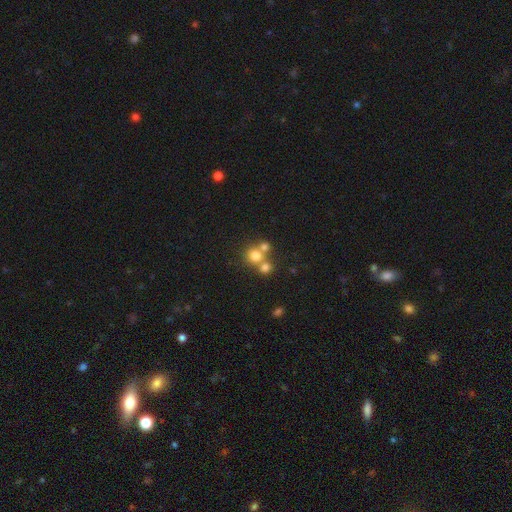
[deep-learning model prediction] This appears to be a smooth galaxy with no disk features (73%) that is round (87%). Merging: none (48%).